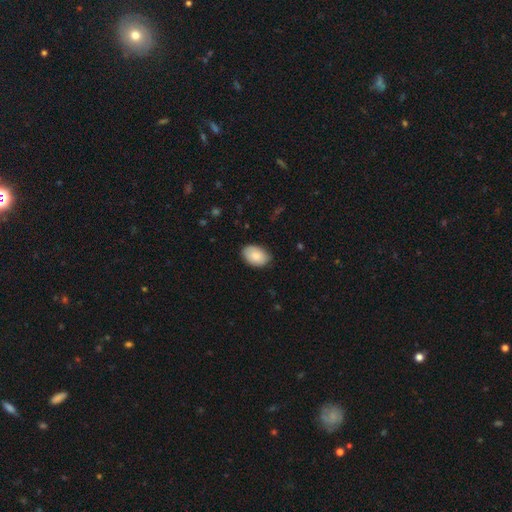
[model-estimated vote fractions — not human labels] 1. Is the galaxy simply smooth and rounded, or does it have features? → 85% smooth, 9% featured or disk, 6% star or artifact.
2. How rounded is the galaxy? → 87% in between, 12% round, 1% cigar-shaped.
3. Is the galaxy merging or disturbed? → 79% none, 17% minor disturbance, 3% major disturbance, 1% merger.